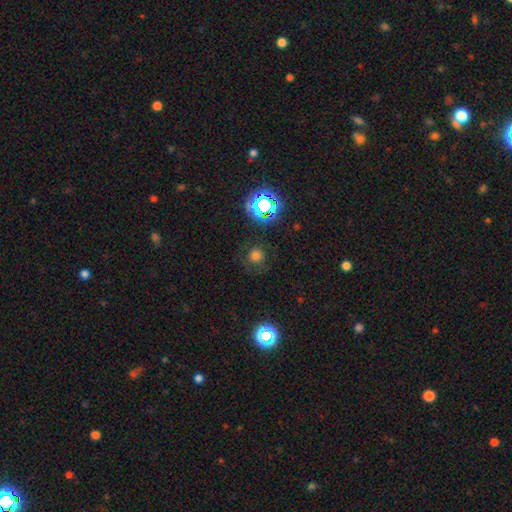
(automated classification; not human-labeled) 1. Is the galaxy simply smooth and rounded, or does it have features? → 64% smooth, 28% star or artifact, 8% featured or disk.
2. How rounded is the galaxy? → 92% round, 7% in between, 1% cigar-shaped.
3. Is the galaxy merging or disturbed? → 80% none, 12% minor disturbance, 6% major disturbance, 2% merger.